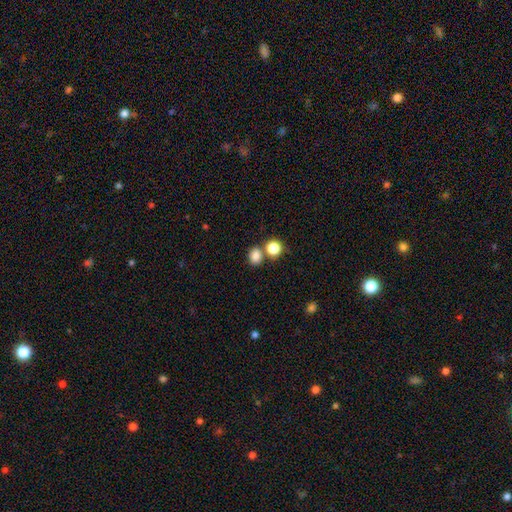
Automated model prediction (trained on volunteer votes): smooth-or-featured: smooth: 83% | star or artifact: 12% | featured or disk: 5%
  how-rounded: round: 60% | in between: 39% | cigar-shaped: 1%
  merging: none: 65% | merger: 23% | minor disturbance: 9% | major disturbance: 3%